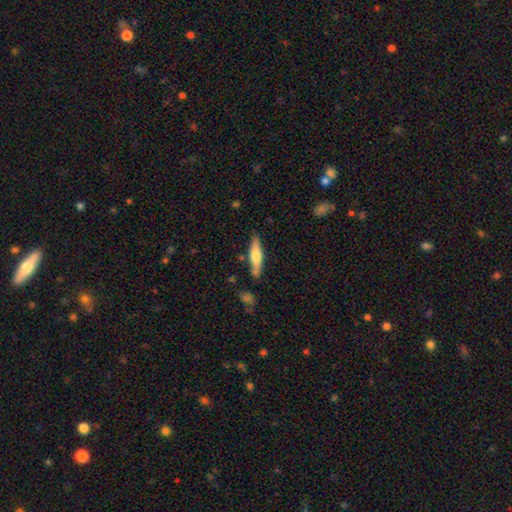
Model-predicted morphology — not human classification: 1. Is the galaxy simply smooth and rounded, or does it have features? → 58% smooth, 37% featured or disk, 6% star or artifact.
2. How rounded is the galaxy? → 78% cigar-shaped, 21% in between, 2% round.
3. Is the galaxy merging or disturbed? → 80% none, 13% minor disturbance, 4% merger, 3% major disturbance.